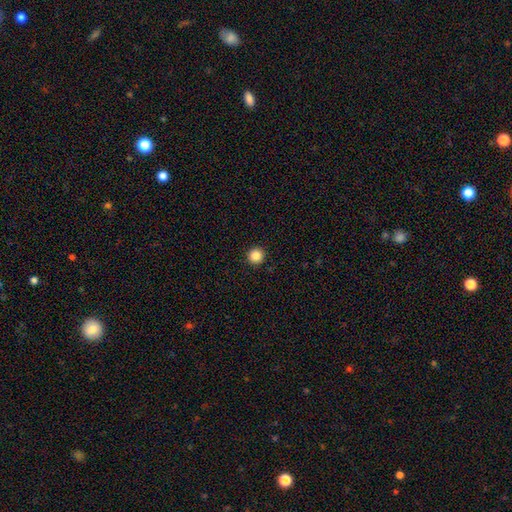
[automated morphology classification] Smooth or featured? smooth (86%)
How rounded? round (96%)
Merging? none (94%)